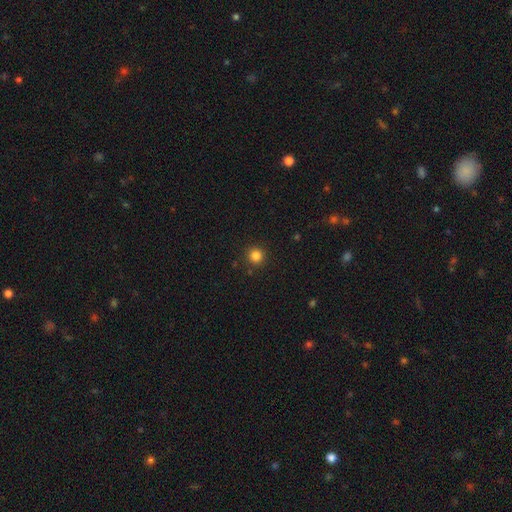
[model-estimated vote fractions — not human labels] A smooth galaxy with no disk features (83%) that is round (95%).

Vote fractions:
- Smooth or featured? smooth: 83% / star or artifact: 13% / featured or disk: 4%
- How rounded? round: 95% / in between: 5% / cigar-shaped: 1%
- Merging? none: 91% / minor disturbance: 6% / major disturbance: 2% / merger: 2%